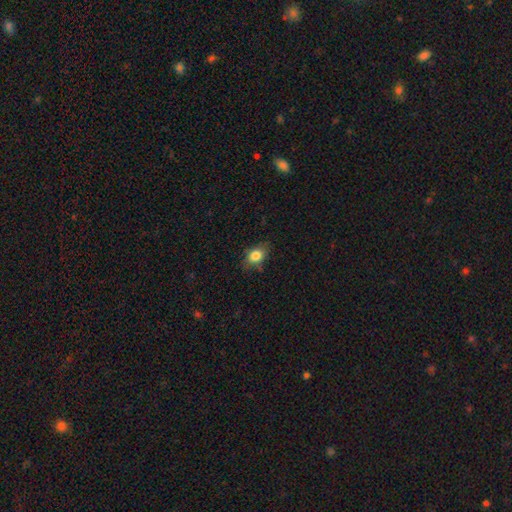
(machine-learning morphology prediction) The model was most divided on "how rounded": in between: 68%, round: 29%, cigar-shaped: 2%. More confident: smooth or featured — smooth (82%); merging — none (73%).